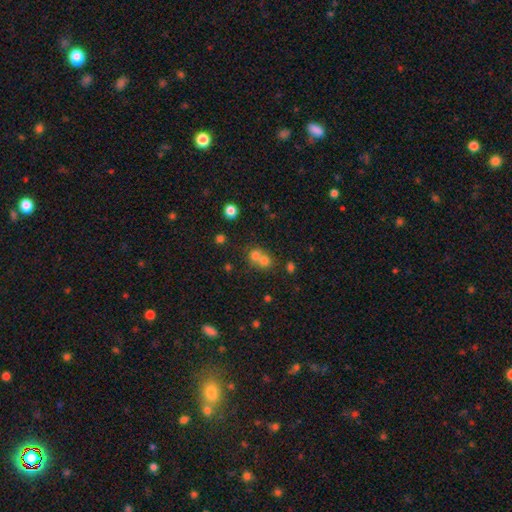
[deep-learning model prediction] A smooth galaxy with no disk features (69%) that is round (80%).

Vote fractions:
- Smooth or featured? smooth: 69% / star or artifact: 17% / featured or disk: 14%
- How rounded? round: 80% / in between: 19% / cigar-shaped: 1%
- Merging? merger: 59% / none: 33% / minor disturbance: 5% / major disturbance: 2%